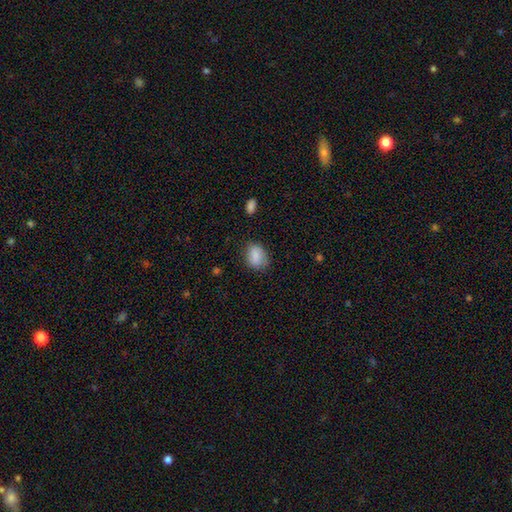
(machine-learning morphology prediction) The model was most divided on "how rounded": in between: 70%, round: 29%, cigar-shaped: 1%. More confident: smooth or featured — smooth (85%); merging — none (70%).